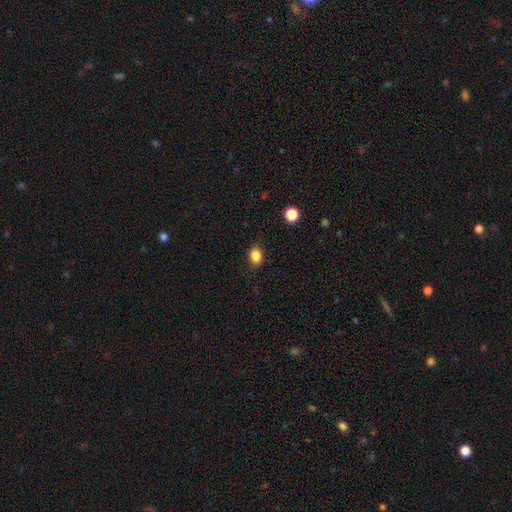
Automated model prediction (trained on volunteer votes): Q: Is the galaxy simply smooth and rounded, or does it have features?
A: smooth — 86%.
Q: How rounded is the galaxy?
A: in between — 61%.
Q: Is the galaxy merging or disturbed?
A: none — 88%.